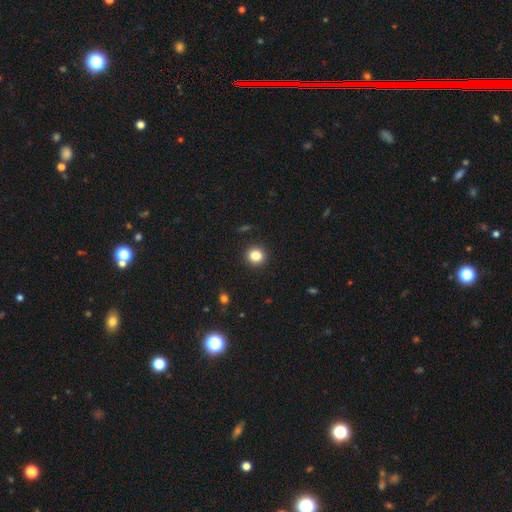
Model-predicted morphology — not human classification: Smooth or featured?
  - smooth: 84% *
  - star or artifact: 12%
  - featured or disk: 5%
How rounded?
  - round: 93% *
  - in between: 6%
  - cigar-shaped: 1%
Merging?
  - none: 92% *
  - minor disturbance: 5%
  - major disturbance: 2%
  - merger: 1%